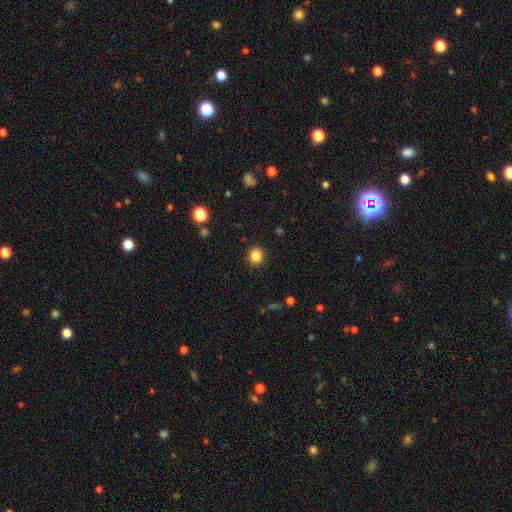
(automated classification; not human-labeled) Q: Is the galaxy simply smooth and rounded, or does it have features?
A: smooth — 84%.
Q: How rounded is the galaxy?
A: round — 91%.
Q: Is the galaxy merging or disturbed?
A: none — 92%.